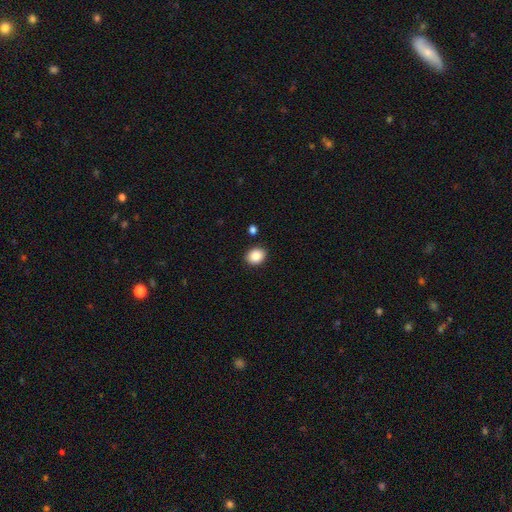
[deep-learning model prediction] Smooth or featured? smooth (87%)
How rounded? round (52%)
Merging? none (88%)